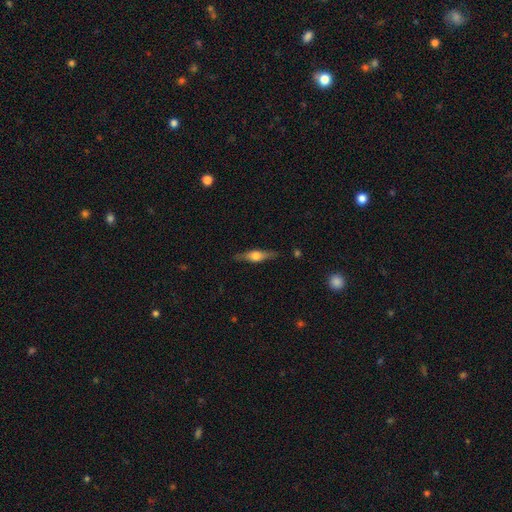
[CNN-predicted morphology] The model was most divided on "smooth or featured": featured or disk: 60%, smooth: 34%, star or artifact: 6%. More confident: edge-on disk — yes (94%); edge-on bulge — rounded (91%); merging — none (85%).